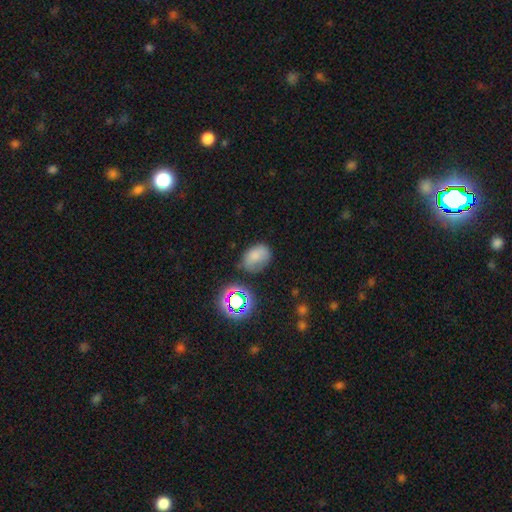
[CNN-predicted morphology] Smooth or featured? smooth (72%)
How rounded? in between (74%)
Merging? none (59%)